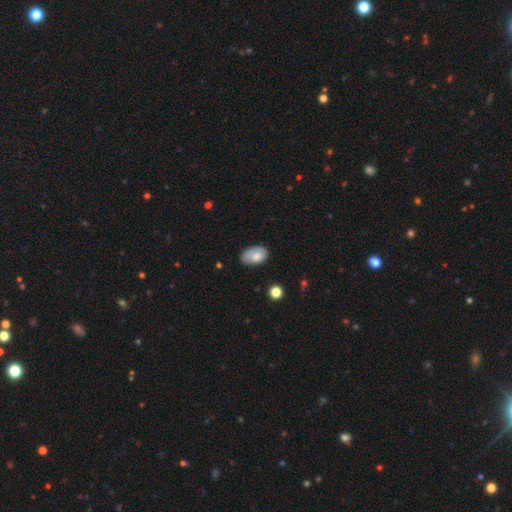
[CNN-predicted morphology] Smooth or featured: smooth — 80% (featured or disk — 13%)
How rounded: in between — 91% (round — 7%)
Merging: none — 64% (minor disturbance — 28%)